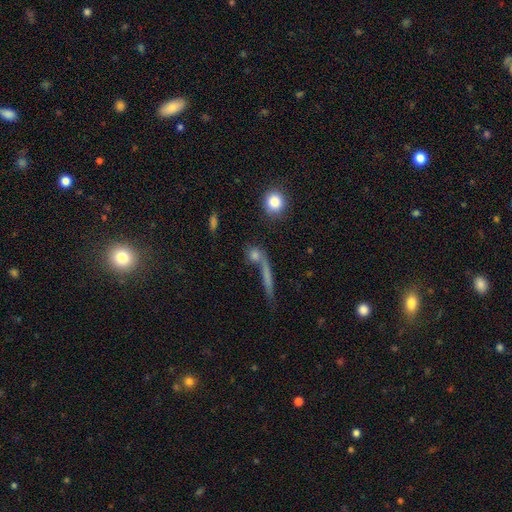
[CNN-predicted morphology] smooth 59%, featured or disk 24%, star or artifact 17%. Down the decision tree: how rounded — round (45%); merging — none (53%).